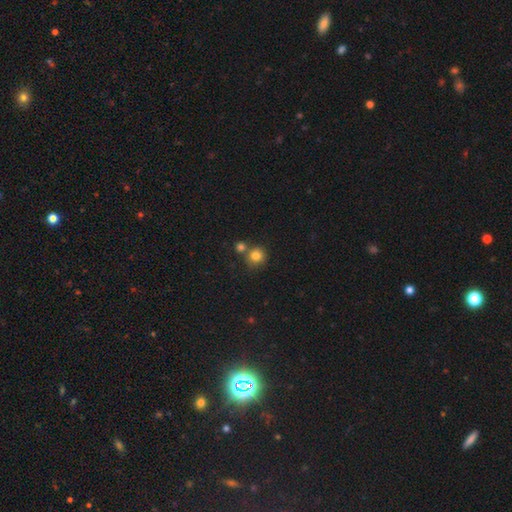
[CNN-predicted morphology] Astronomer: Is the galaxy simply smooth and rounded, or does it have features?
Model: smooth — 81%.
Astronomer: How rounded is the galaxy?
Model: round — 90%.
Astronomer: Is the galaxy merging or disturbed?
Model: none — 64%.